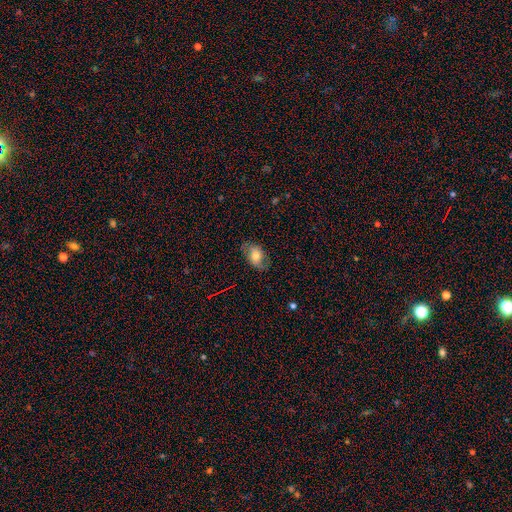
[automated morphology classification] Smooth or featured? smooth (61%)
How rounded? in between (86%)
Merging? none (73%)